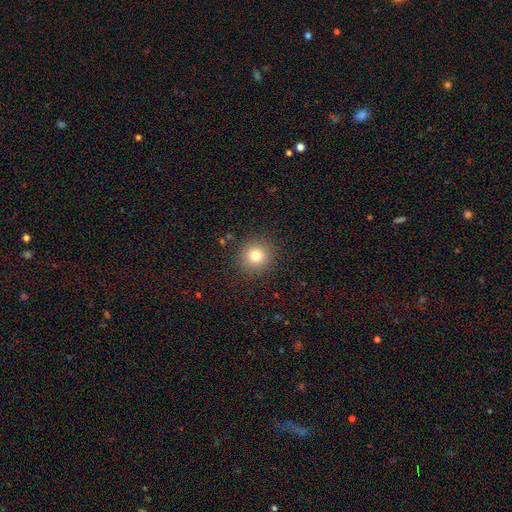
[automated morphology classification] A smooth galaxy with no disk features (78%) that is round (92%).

Vote fractions:
- Smooth or featured? smooth: 78% / star or artifact: 13% / featured or disk: 8%
- How rounded? round: 92% / in between: 7% / cigar-shaped: 1%
- Merging? none: 89% / minor disturbance: 7% / major disturbance: 3% / merger: 1%